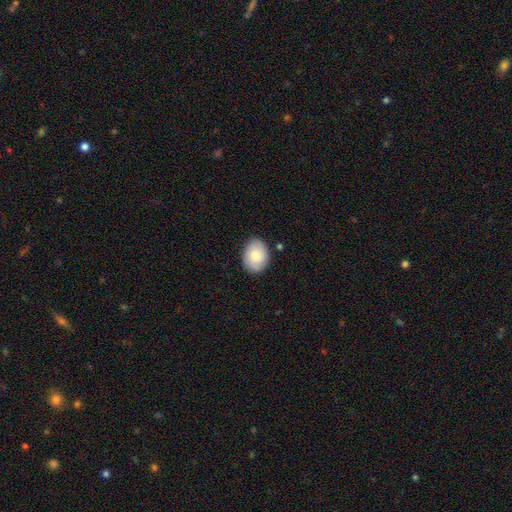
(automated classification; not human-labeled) The model was most divided on "how rounded": in between: 70%, round: 30%, cigar-shaped: 1%. More confident: merging — none (84%); smooth or featured — smooth (74%).